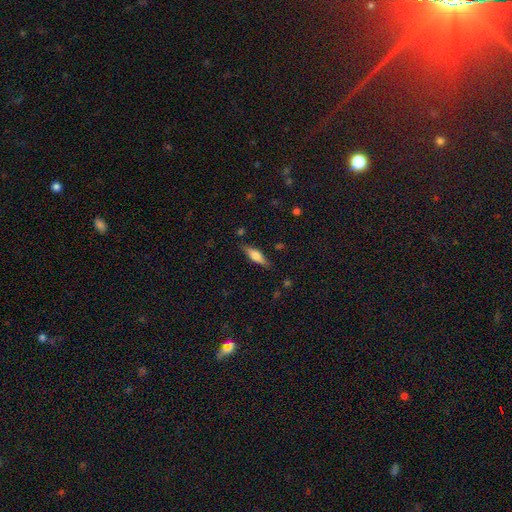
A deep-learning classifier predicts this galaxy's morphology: A smooth galaxy with no disk features (53%) that is cigar-shaped (54%).

Vote fractions:
- Smooth or featured? smooth: 53% / featured or disk: 40% / star or artifact: 7%
- How rounded? cigar-shaped: 54% / in between: 43% / round: 3%
- Merging? none: 83% / minor disturbance: 12% / major disturbance: 3% / merger: 2%